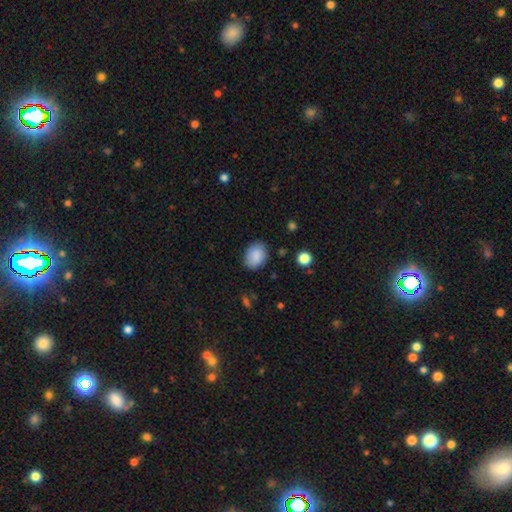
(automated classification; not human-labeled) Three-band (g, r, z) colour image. It shows a smooth galaxy with no disk features (88%) that is in between round and cigar-shaped (60%). Merging: none (83%).